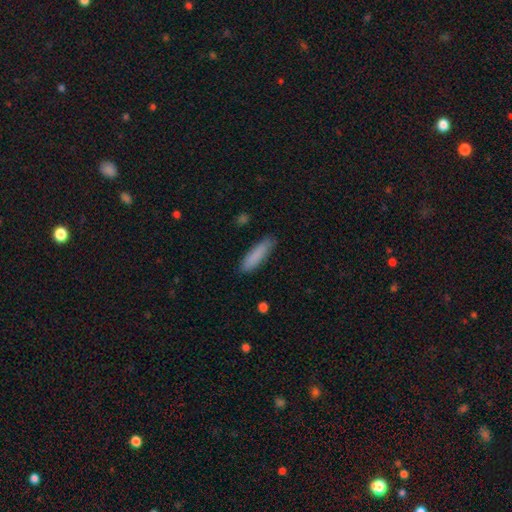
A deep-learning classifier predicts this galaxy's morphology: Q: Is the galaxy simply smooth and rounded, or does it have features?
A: smooth — 86%.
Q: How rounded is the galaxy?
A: cigar-shaped — 75%.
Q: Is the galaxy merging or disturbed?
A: none — 85%.